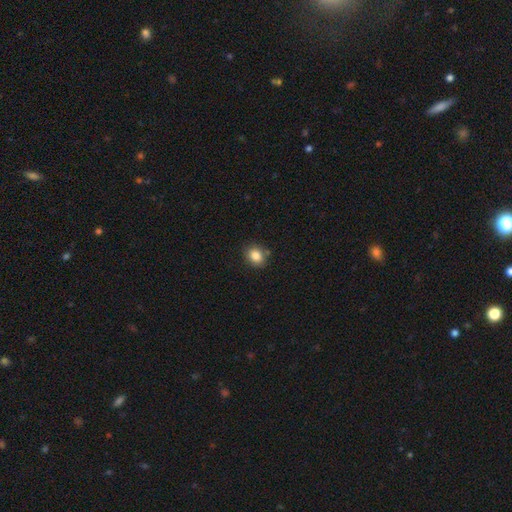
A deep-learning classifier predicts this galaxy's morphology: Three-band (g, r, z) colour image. It shows a smooth galaxy with no disk features (85%) that is round (60%). Merging: none (83%).